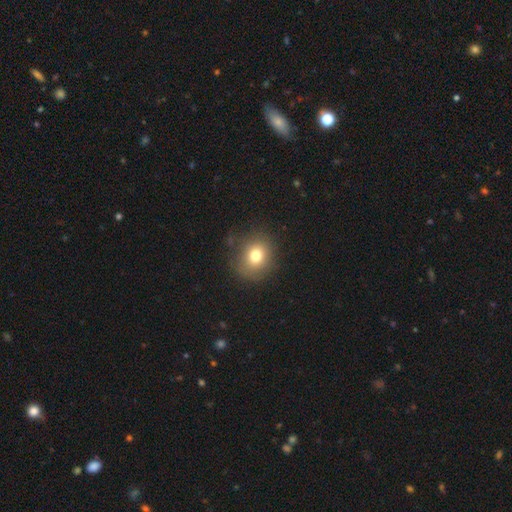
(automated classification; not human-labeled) Smooth or featured: smooth — 75% (star or artifact — 13%)
How rounded: round — 79% (in between — 20%)
Merging: none — 80% (minor disturbance — 13%)